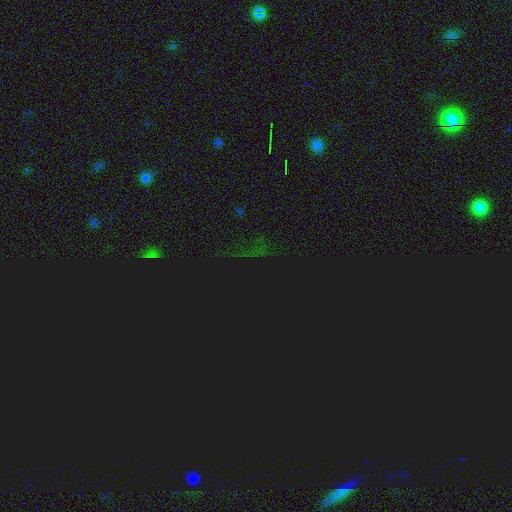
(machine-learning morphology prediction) smooth_or_featured: star or artifact (p=0.80) [alt: smooth p=0.13]